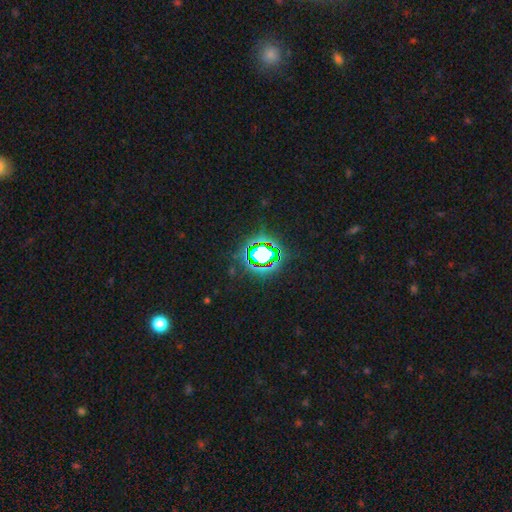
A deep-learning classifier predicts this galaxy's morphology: Smooth or featured? Predicted: star or artifact (p=0.82).